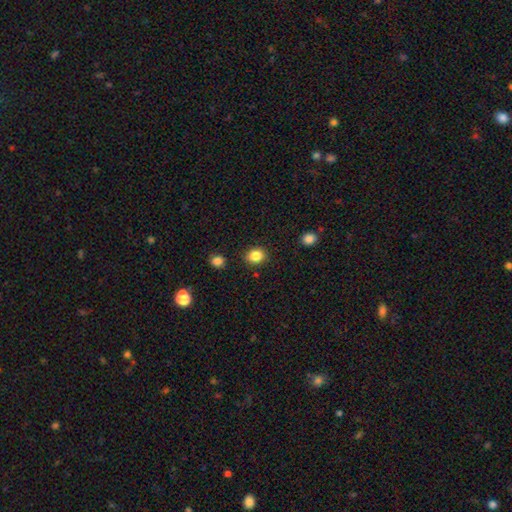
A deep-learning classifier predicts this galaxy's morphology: smooth 85%, star or artifact 10%, featured or disk 5%. Down the decision tree: how rounded — round (61%); merging — none (87%).